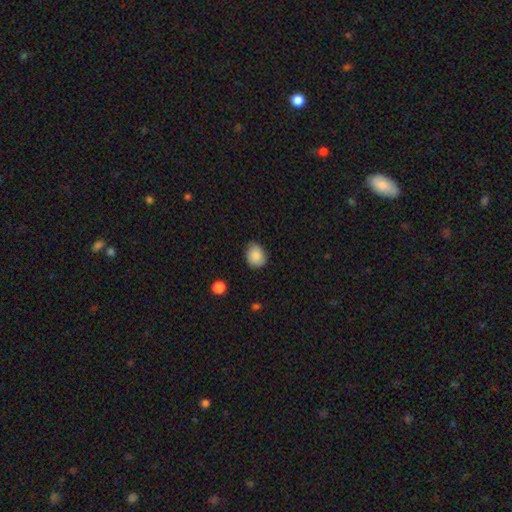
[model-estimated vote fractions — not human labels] This appears to be a smooth galaxy with no disk features (86%) that is round (51%). Merging: none (74%).